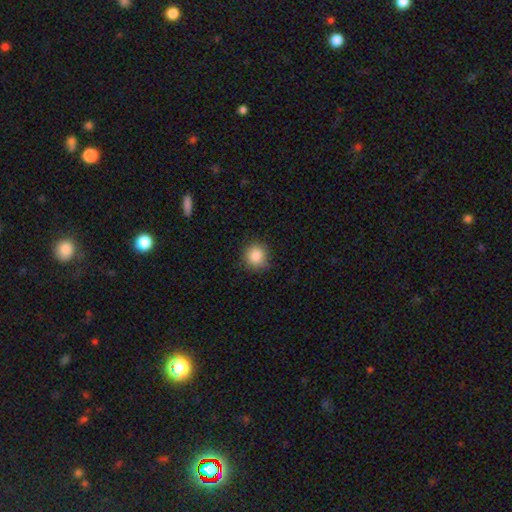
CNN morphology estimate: smooth-or-featured: smooth: 86% | star or artifact: 10% | featured or disk: 4%
  how-rounded: round: 90% | in between: 9% | cigar-shaped: 1%
  merging: none: 80% | minor disturbance: 16% | major disturbance: 3% | merger: 1%